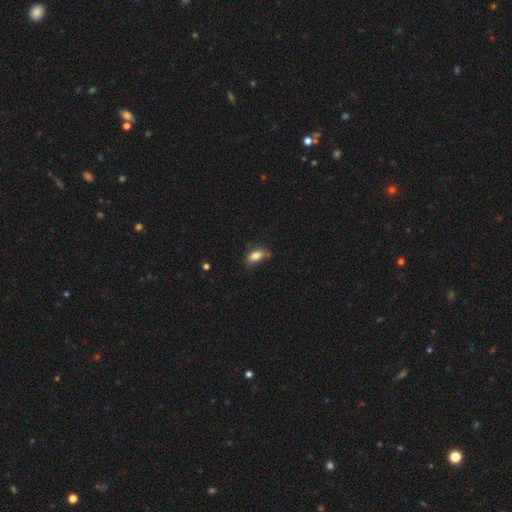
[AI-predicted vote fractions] A smooth galaxy with no disk features (81%) that is in between round and cigar-shaped (87%). Merging: none (55%).